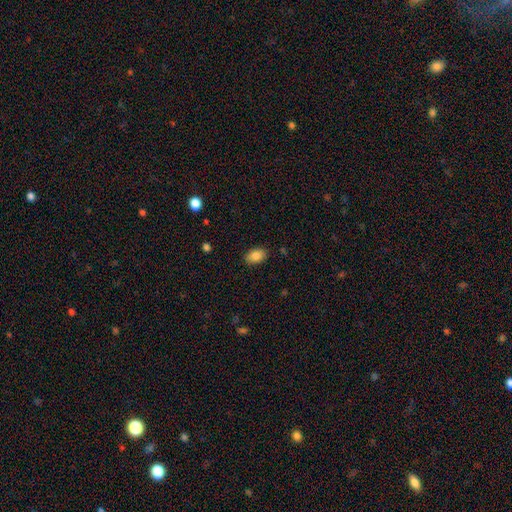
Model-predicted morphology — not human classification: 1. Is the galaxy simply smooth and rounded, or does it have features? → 84% smooth, 8% star or artifact, 8% featured or disk.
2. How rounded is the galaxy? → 87% in between, 11% round, 1% cigar-shaped.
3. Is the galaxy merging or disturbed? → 88% none, 9% minor disturbance, 2% major disturbance, 1% merger.